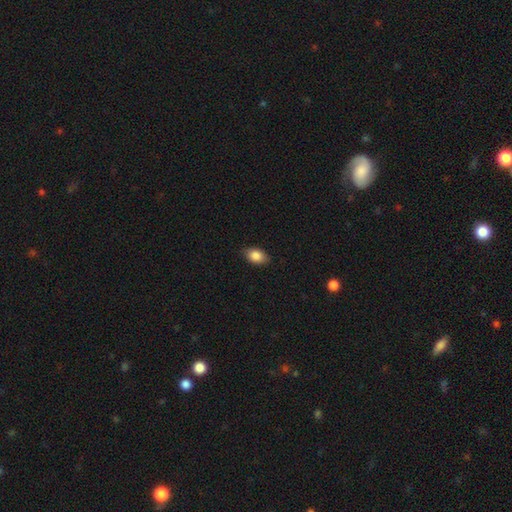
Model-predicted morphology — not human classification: Q: Smooth or featured?
A: smooth (86%); runner-up: star or artifact (7%)
Q: How rounded?
A: in between (86%); runner-up: round (13%)
Q: Merging?
A: none (85%); runner-up: minor disturbance (12%)